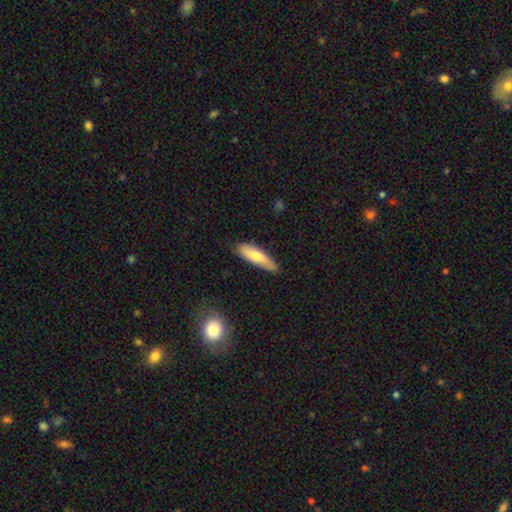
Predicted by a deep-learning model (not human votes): Smooth or featured? smooth (72%)
How rounded? cigar-shaped (59%)
Merging? none (78%)